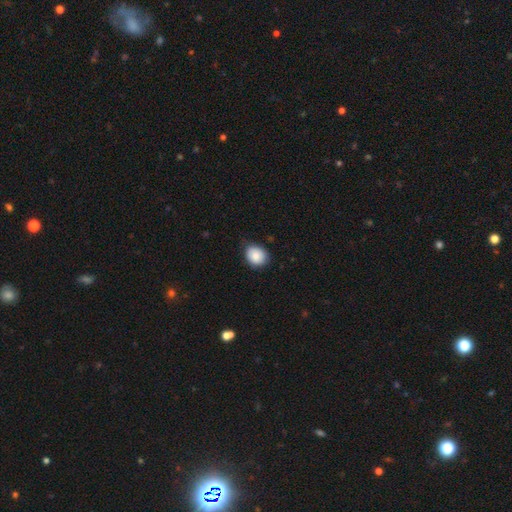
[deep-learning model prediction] Morphology: type=smooth (86%); roundness=round (61%); merging=none (74%).